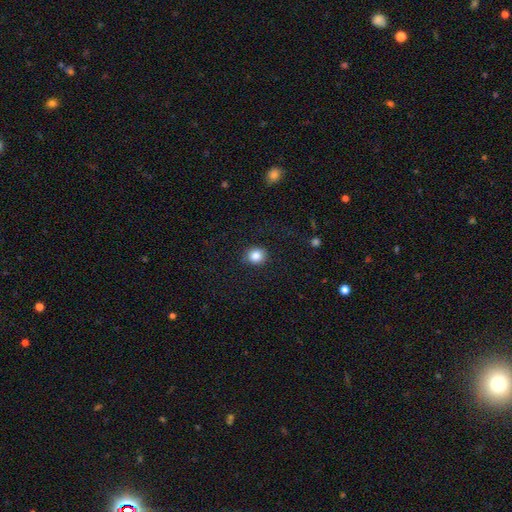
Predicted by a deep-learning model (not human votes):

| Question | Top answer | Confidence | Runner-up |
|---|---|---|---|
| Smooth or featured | smooth | 86% | star or artifact (10%) |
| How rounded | round | 84% | in between (15%) |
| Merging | none | 89% | minor disturbance (7%) |